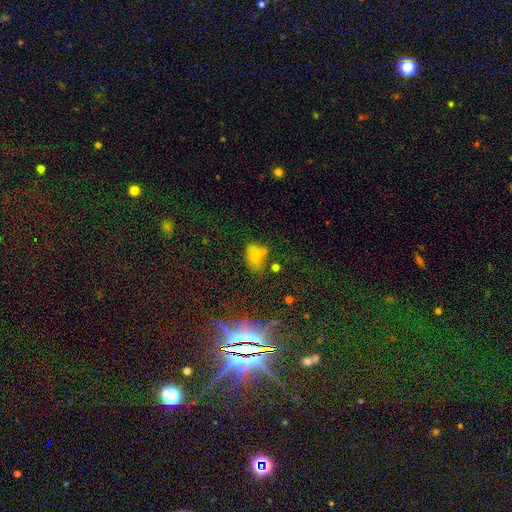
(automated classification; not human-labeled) Smooth or featured: smooth — 64% (star or artifact — 19%)
How rounded: in between — 79% (round — 19%)
Merging: none — 49% (merger — 24%)